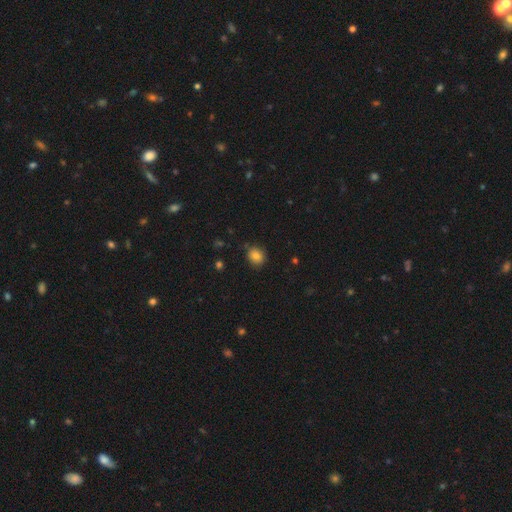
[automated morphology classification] Smooth or featured: smooth — 82% (star or artifact — 11%)
How rounded: round — 72% (in between — 27%)
Merging: none — 81% (minor disturbance — 14%)